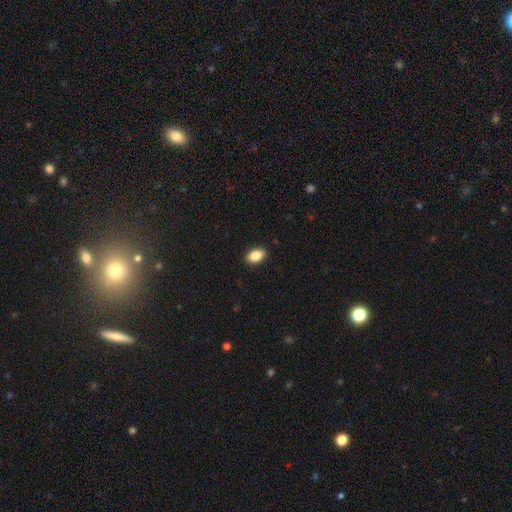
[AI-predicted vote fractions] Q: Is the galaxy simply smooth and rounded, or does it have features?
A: smooth — 87%.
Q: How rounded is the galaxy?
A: in between — 89%.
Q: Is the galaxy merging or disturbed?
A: none — 90%.